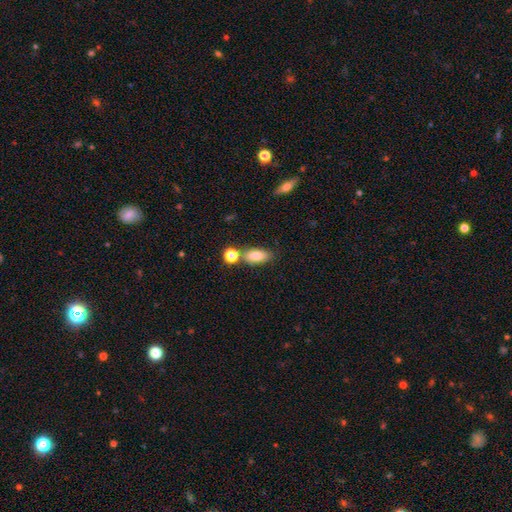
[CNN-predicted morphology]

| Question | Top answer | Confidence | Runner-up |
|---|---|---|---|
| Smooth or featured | smooth | 81% | featured or disk (10%) |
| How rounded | in between | 81% | cigar-shaped (12%) |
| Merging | none | 66% | merger (17%) |